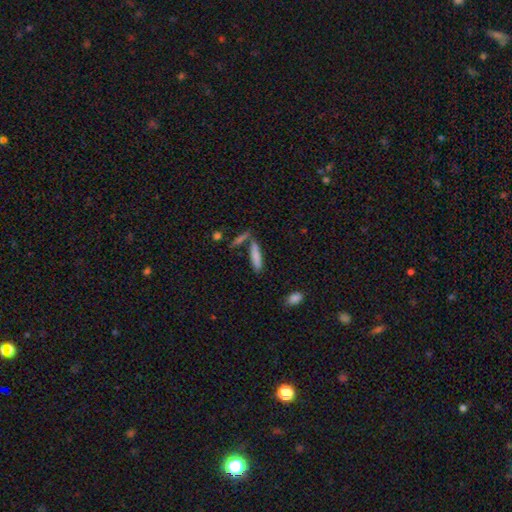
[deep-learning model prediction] Smooth or featured? smooth (79%)
How rounded? cigar-shaped (82%)
Merging? none (68%)